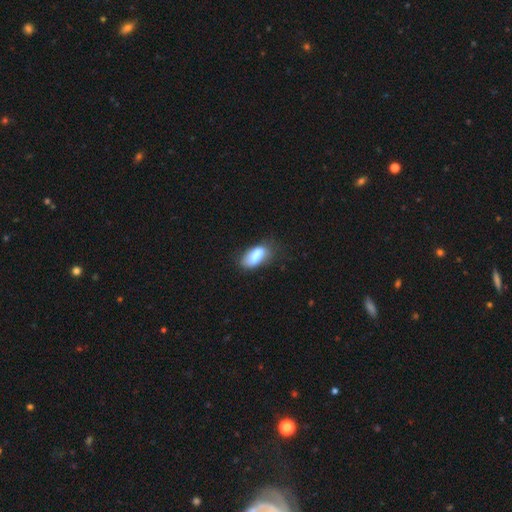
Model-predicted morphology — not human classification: Overall: smooth (74%). How rounded: in between (83%). Merging: none (52%; minor disturbance 29%).